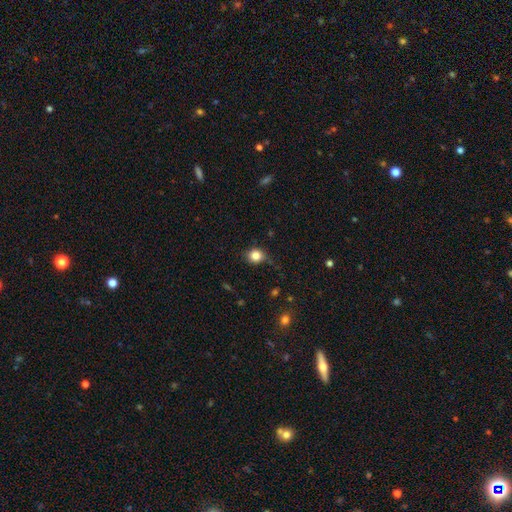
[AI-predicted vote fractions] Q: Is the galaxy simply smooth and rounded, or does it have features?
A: smooth — 82%.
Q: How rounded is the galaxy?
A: round — 75%.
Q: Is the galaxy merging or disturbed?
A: none — 69%.